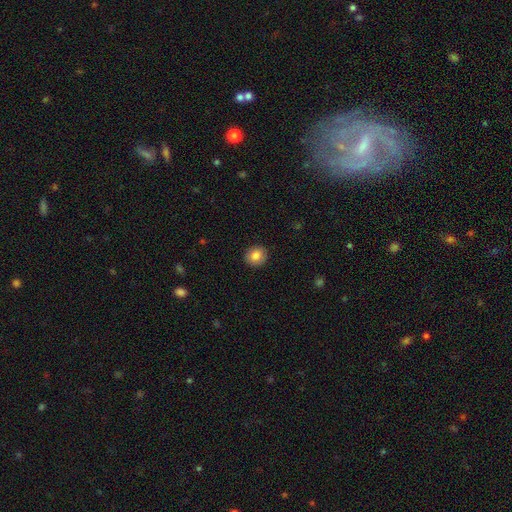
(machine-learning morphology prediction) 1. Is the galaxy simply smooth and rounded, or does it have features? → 84% smooth, 8% star or artifact, 8% featured or disk.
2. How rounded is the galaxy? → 81% round, 18% in between, 1% cigar-shaped.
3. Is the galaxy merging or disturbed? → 91% none, 7% minor disturbance, 2% major disturbance, 1% merger.